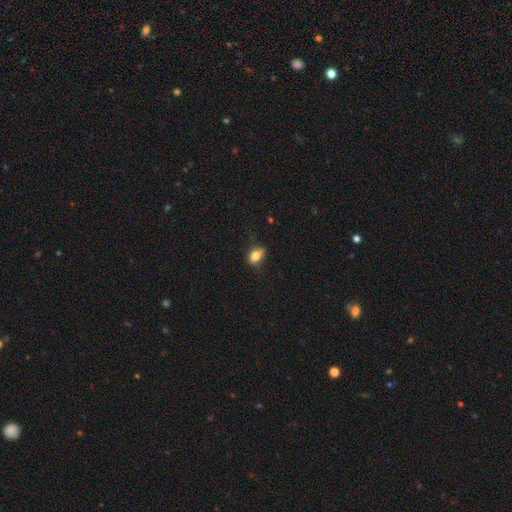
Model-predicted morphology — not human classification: smooth 78%, featured or disk 12%, star or artifact 10%. Down the decision tree: how rounded — in between (73%); merging — none (58%).